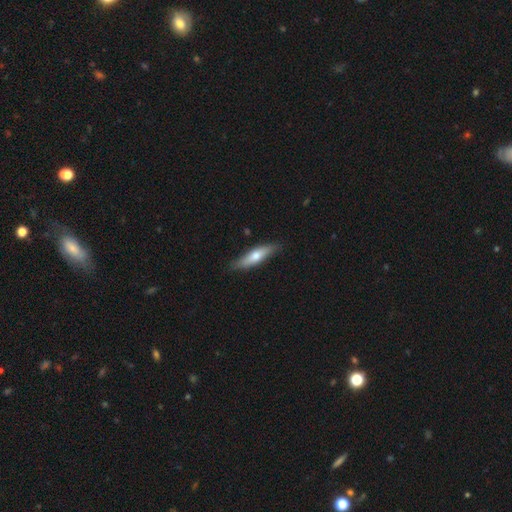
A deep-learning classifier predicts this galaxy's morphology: A smooth galaxy with no disk features (60%) that is cigar-shaped (70%). Merging: none (83%).